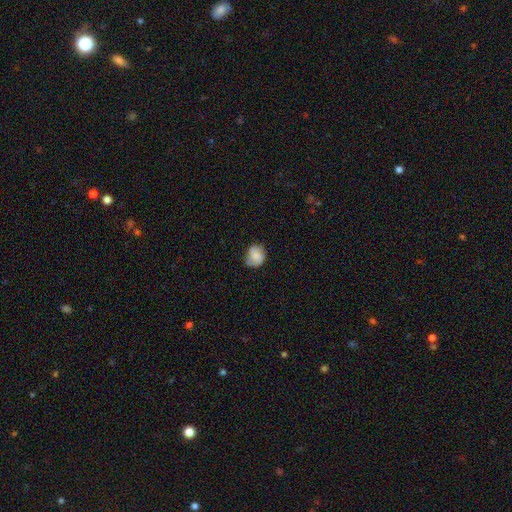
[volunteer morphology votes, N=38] A smooth galaxy with no disk features (58%) that is round (59%).

Vote fractions:
- Smooth or featured? smooth: 58% / featured or disk: 34% / star or artifact: 8%
- How rounded? round: 59% / in between: 41% / cigar-shaped: 0%
- Merging? none: 83% / minor disturbance: 11% / major disturbance: 6% / merger: 0%